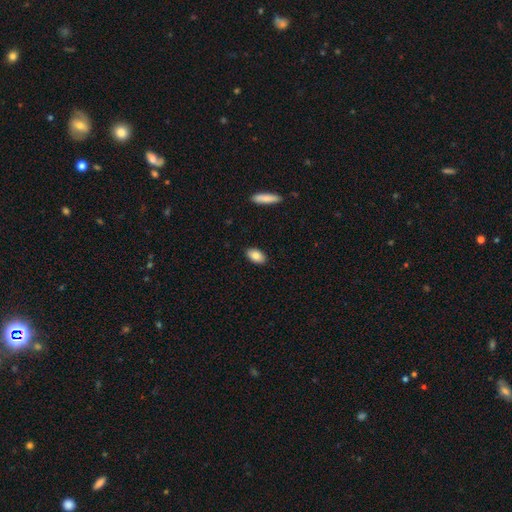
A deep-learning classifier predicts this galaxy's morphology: smooth 86%, featured or disk 7%, star or artifact 7%. Down the decision tree: how rounded — in between (93%); merging — none (89%).